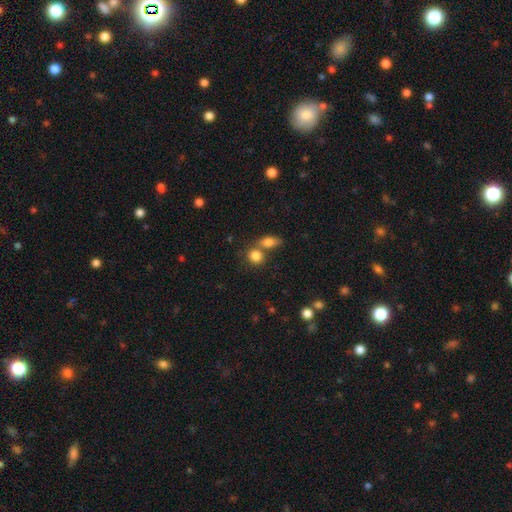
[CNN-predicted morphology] This appears to be a smooth galaxy with no disk features (83%) that is round (65%). Merging: none (45%).